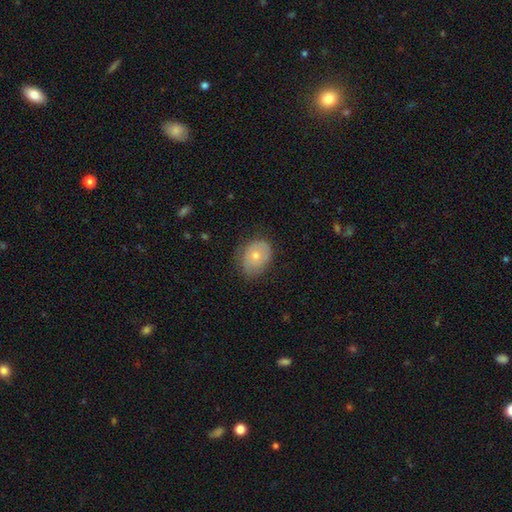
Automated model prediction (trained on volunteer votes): This is likely a smooth galaxy (62%). How rounded: likely in between (62%). Merging: likely none (64%).